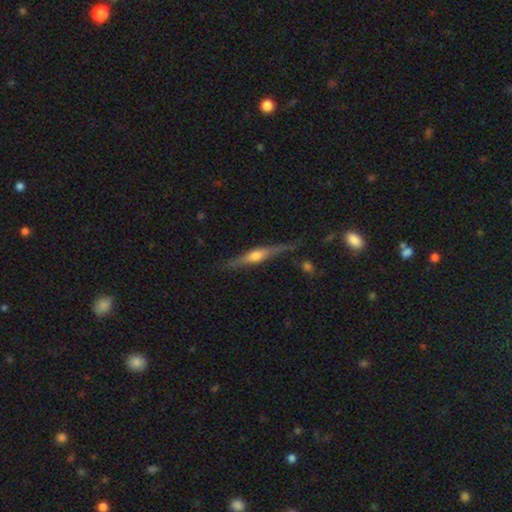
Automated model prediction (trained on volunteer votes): This is likely a featured or disk galaxy (67%). It is clearly viewed edge-on (96%). Edge-on bulge: clearly rounded (86%). Merging: likely none (75%).